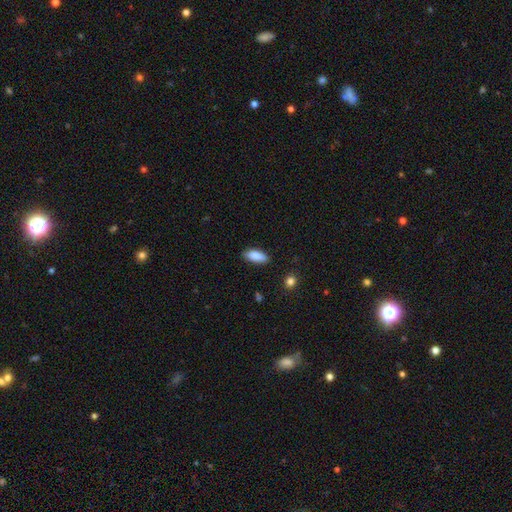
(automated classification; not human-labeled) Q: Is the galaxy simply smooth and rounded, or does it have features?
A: smooth — 85%.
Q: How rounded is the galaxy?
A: in between — 75%.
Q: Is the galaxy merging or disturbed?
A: none — 84%.